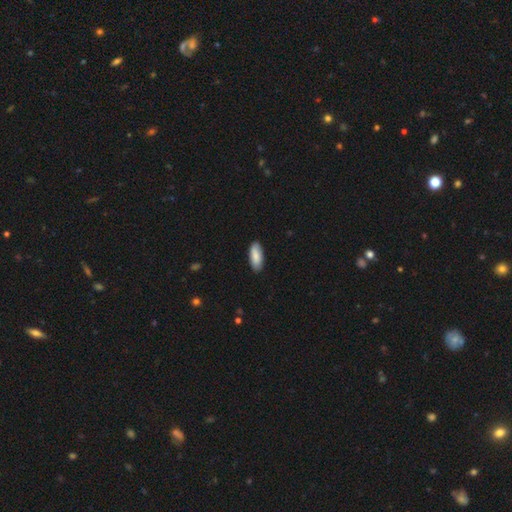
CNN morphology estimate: smooth 85%, featured or disk 9%, star or artifact 5%. Down the decision tree: how rounded — in between (81%); merging — none (86%).